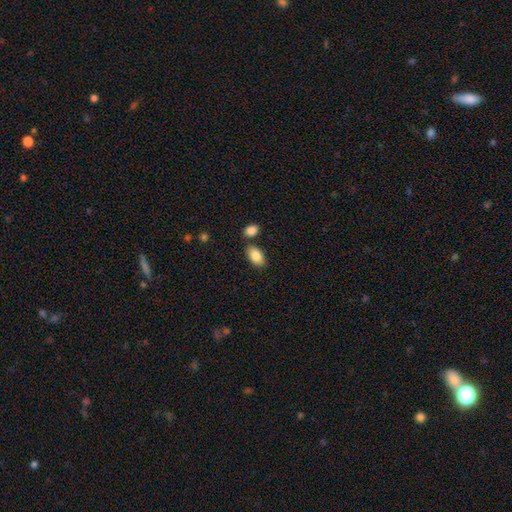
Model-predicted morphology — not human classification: Smooth or featured? smooth (87%)
How rounded? in between (94%)
Merging? none (77%)